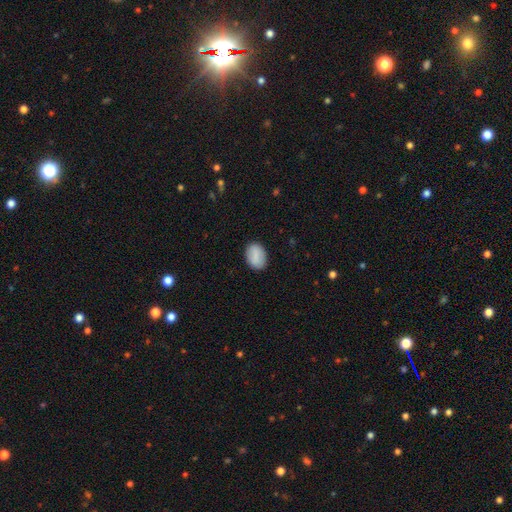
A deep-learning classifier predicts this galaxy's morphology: A smooth galaxy with no disk features (86%) that is in between round and cigar-shaped (83%). Merging: none (87%).